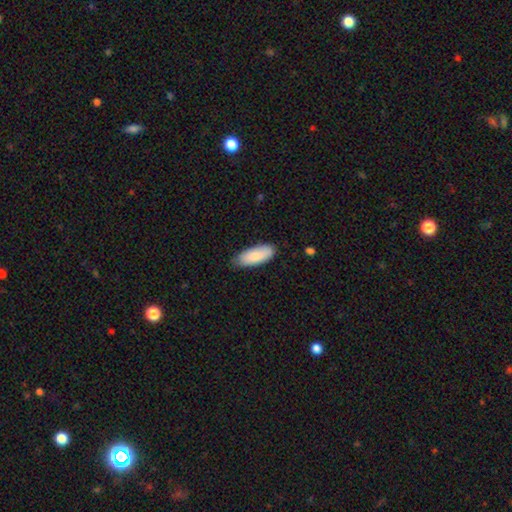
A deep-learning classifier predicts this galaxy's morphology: Smooth or featured? smooth (86%)
How rounded? in between (79%)
Merging? none (76%)